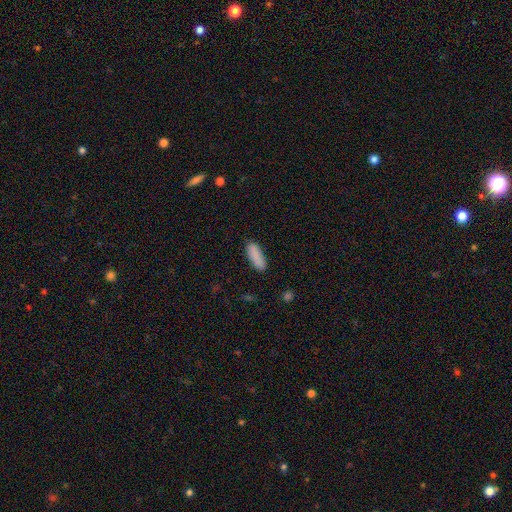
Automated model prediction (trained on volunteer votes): The model was most divided on "how rounded": in between: 63%, cigar-shaped: 35%, round: 2%. More confident: smooth or featured — smooth (89%); merging — none (86%).